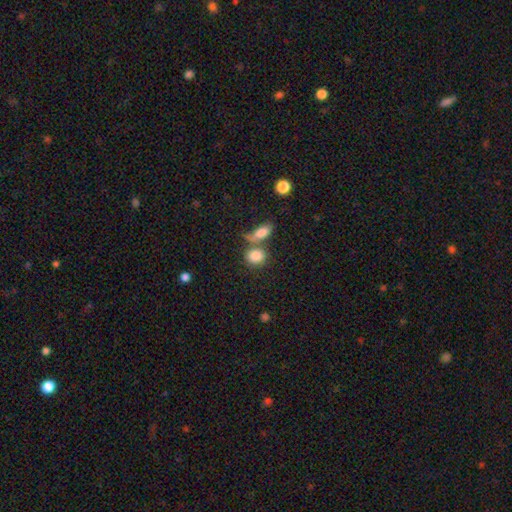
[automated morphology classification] Smooth or featured? Predicted: smooth (p=0.84). How rounded? Predicted: in between (p=0.54). Merging? Predicted: none (p=0.44).